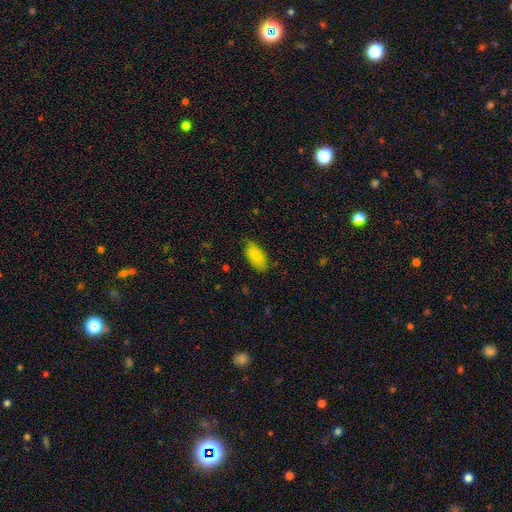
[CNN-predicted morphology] Smooth or featured? smooth (82%)
How rounded? in between (91%)
Merging? none (73%)